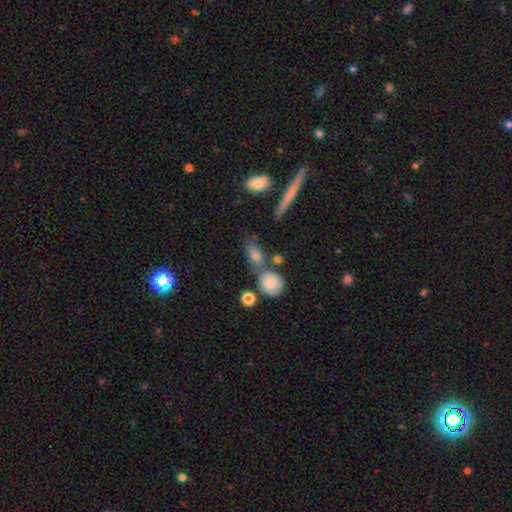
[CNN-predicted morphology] Q: Smooth or featured?
A: smooth (75%); runner-up: featured or disk (15%)
Q: How rounded?
A: in between (74%); runner-up: round (14%)
Q: Merging?
A: none (55%); runner-up: merger (22%)